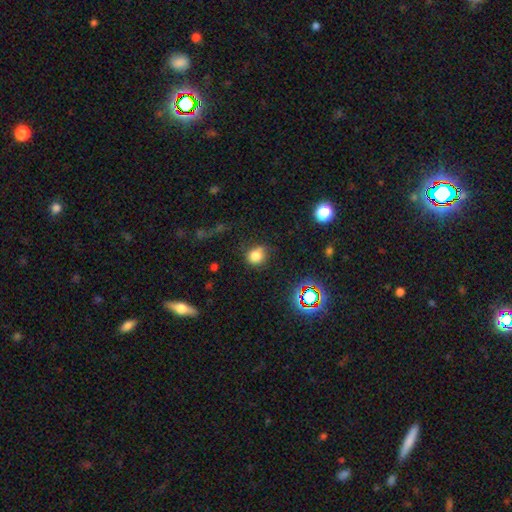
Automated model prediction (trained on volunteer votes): This is likely a smooth galaxy (78%). How rounded: likely round (77%). Merging: likely none (67%).